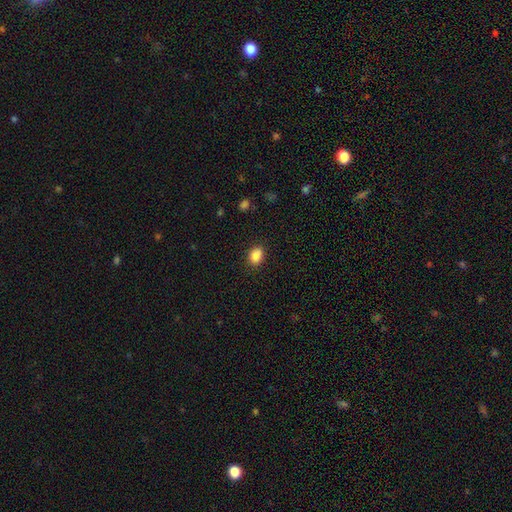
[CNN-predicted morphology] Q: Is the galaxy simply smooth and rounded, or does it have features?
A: smooth — 87%.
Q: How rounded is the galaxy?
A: in between — 69%.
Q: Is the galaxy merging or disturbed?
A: none — 86%.